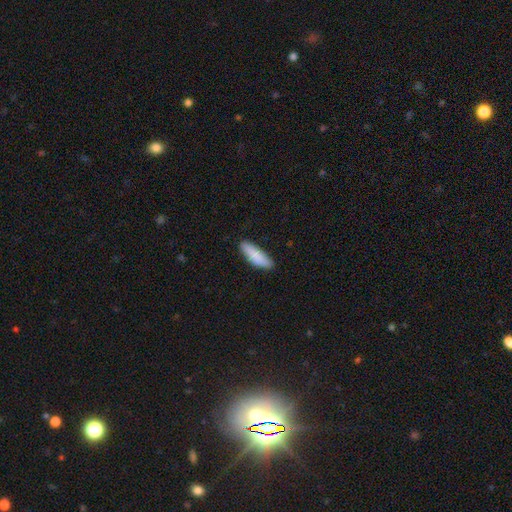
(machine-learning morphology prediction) Smooth or featured? Predicted: smooth (p=0.87). How rounded? Predicted: in between (p=0.52). Merging? Predicted: none (p=0.84).